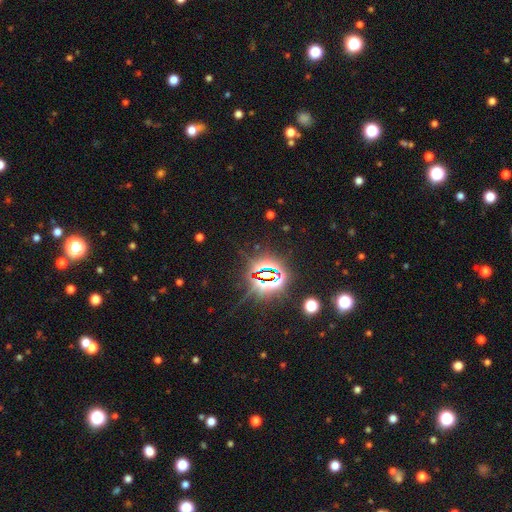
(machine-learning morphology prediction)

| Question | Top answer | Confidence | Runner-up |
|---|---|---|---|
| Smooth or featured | star or artifact | 81% | smooth (12%) |